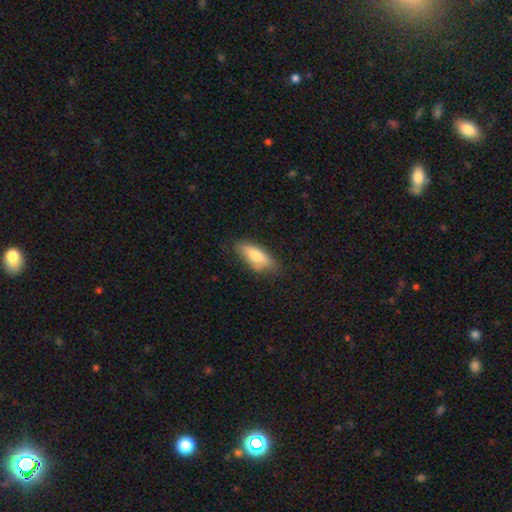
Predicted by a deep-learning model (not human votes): Q: Smooth or featured?
A: smooth (72%); runner-up: featured or disk (22%)
Q: How rounded?
A: in between (69%); runner-up: cigar-shaped (29%)
Q: Merging?
A: none (68%); runner-up: minor disturbance (25%)